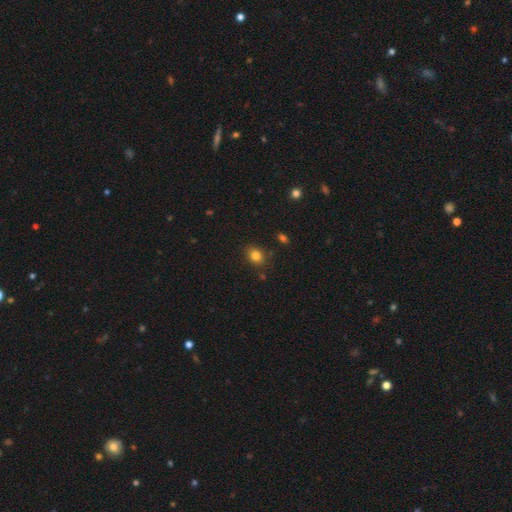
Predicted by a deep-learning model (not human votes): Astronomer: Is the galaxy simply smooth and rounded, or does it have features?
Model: smooth — 81%.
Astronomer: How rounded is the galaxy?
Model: in between — 53% (runner-up: round, 46%).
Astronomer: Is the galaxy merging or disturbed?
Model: none — 81%.